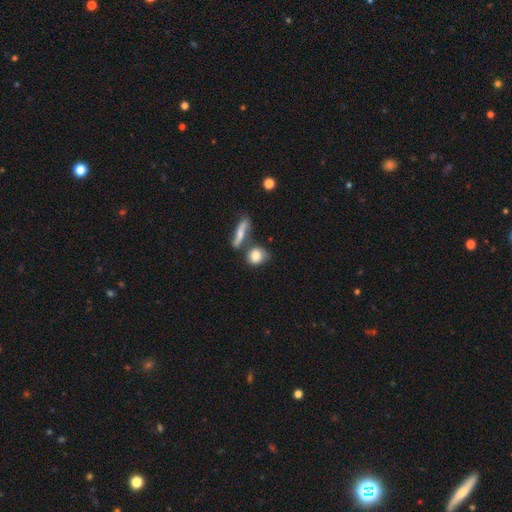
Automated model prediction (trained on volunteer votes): Smooth or featured? smooth (79%)
How rounded? round (60%)
Merging? none (55%)